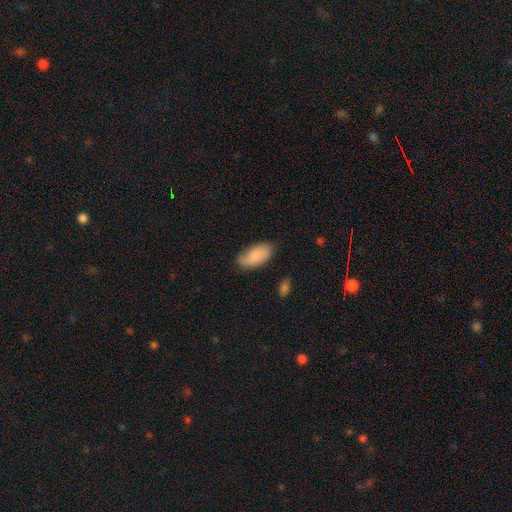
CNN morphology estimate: smooth-or-featured: smooth: 74% | featured or disk: 20% | star or artifact: 7%
  how-rounded: in between: 93% | cigar-shaped: 4% | round: 3%
  merging: none: 72% | minor disturbance: 22% | major disturbance: 5% | merger: 2%